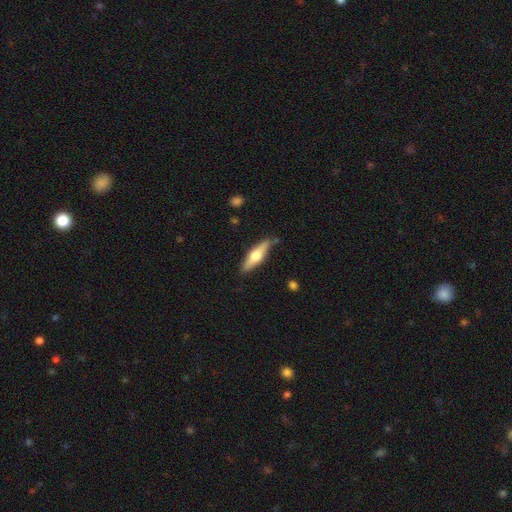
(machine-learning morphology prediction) A featured or disk galaxy (54%) viewed edge-on (94%) with a rounded central bulge (94%). Merging: none (85%).